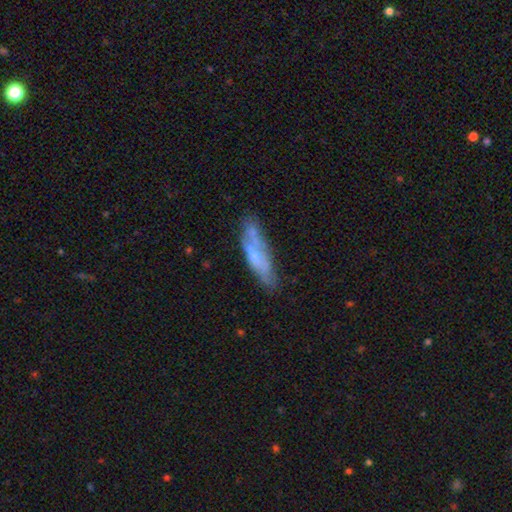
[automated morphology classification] Smooth or featured: featured or disk — 51% (smooth — 42%)
Edge-on disk: no — 67% (yes — 33%)
Merging: none — 51% (minor disturbance — 26%)